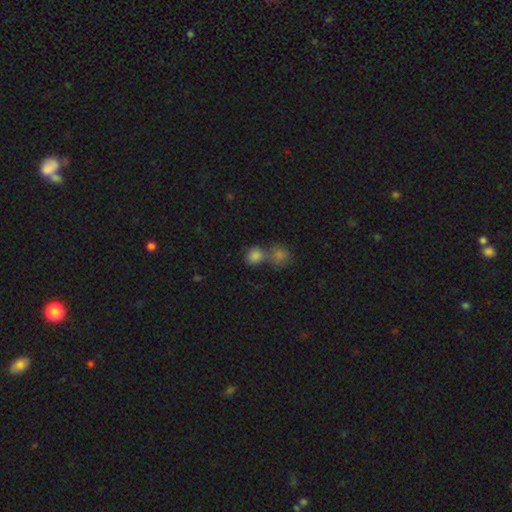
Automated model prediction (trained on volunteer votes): Q: Smooth or featured?
A: smooth (82%); runner-up: star or artifact (11%)
Q: How rounded?
A: round (71%); runner-up: in between (27%)
Q: Merging?
A: merger (56%); runner-up: none (33%)